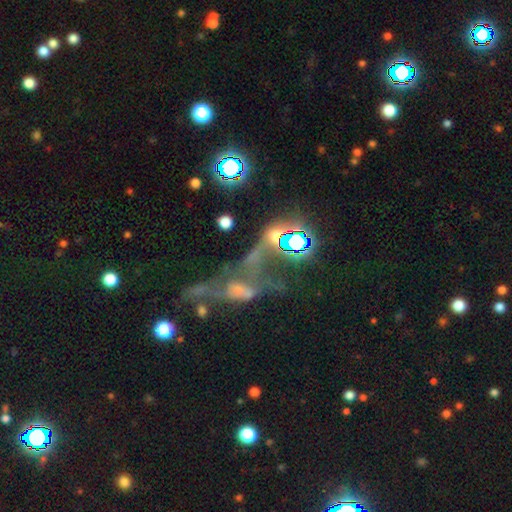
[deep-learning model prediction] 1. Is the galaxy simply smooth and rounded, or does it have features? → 42% star or artifact, 33% featured or disk, 25% smooth.